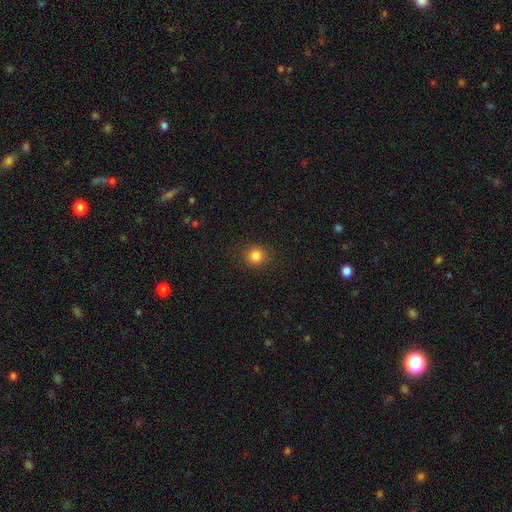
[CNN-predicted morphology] Overall: smooth (84%). How rounded: round (89%). Merging: none (90%).